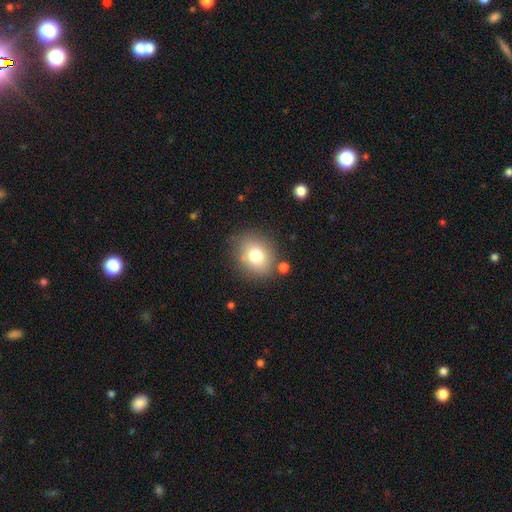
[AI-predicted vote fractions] A smooth galaxy with no disk features (75%) that is round (67%).

Vote fractions:
- Smooth or featured? smooth: 75% / featured or disk: 13% / star or artifact: 11%
- How rounded? round: 67% / in between: 32% / cigar-shaped: 1%
- Merging? none: 77% / minor disturbance: 12% / merger: 6% / major disturbance: 4%